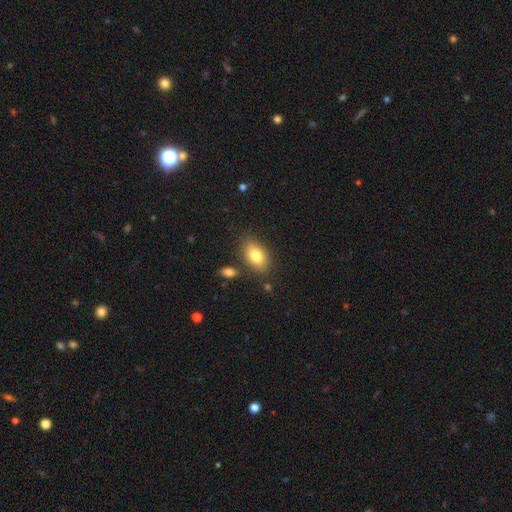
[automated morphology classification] smooth_or_featured: smooth (p=0.81) [alt: featured or disk p=0.12]
how_rounded: in between (p=0.90) [alt: round p=0.08]
merging: none (p=0.80) [alt: minor disturbance p=0.12]